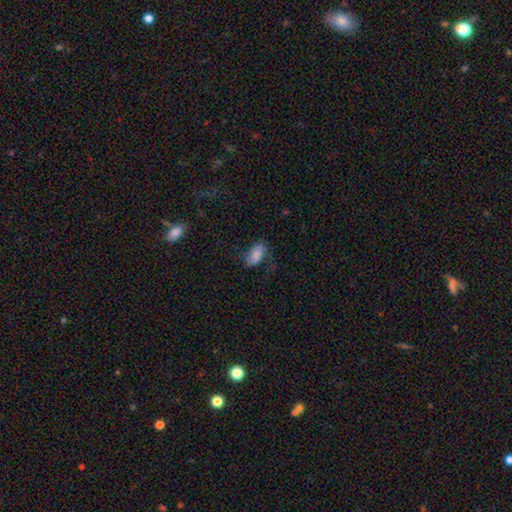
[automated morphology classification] type=smooth (80%); roundness=in between (93%); merging=none (56%).